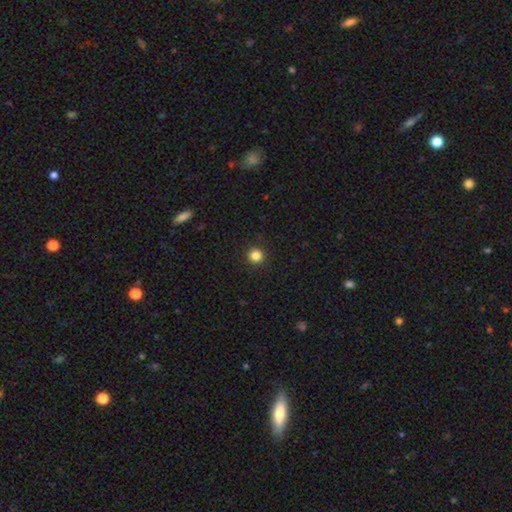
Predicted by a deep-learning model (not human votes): Q: Smooth or featured?
A: smooth (84%); runner-up: star or artifact (12%)
Q: How rounded?
A: round (95%); runner-up: in between (4%)
Q: Merging?
A: none (93%); runner-up: minor disturbance (5%)